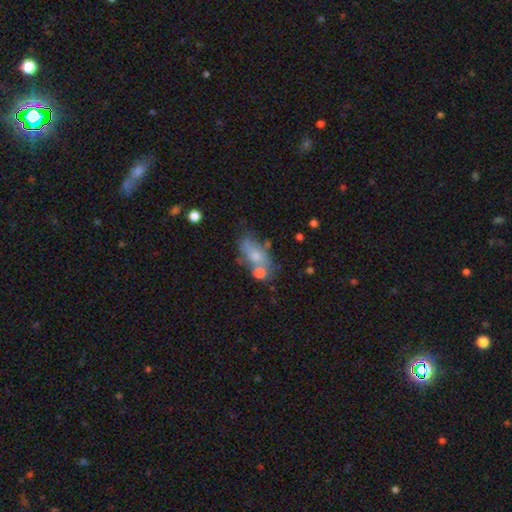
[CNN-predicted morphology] Q: Smooth or featured?
A: smooth (57%); runner-up: featured or disk (32%)
Q: How rounded?
A: in between (82%); runner-up: round (10%)
Q: Merging?
A: none (40%); runner-up: minor disturbance (24%)